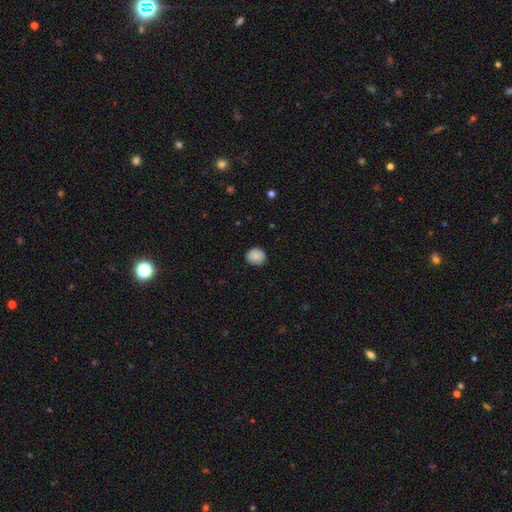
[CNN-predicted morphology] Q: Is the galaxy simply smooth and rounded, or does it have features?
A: smooth — 85%.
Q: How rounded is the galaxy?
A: round — 83%.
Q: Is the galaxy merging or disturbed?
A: none — 84%.